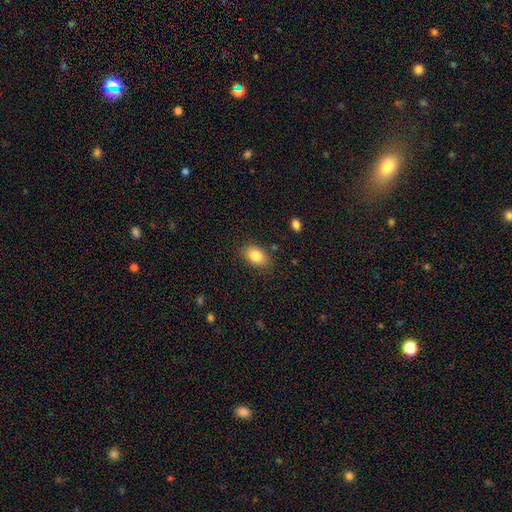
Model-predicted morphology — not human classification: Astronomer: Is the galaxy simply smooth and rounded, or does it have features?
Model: smooth — 84%.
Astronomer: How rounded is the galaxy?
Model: in between — 89%.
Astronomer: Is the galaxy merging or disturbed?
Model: none — 84%.